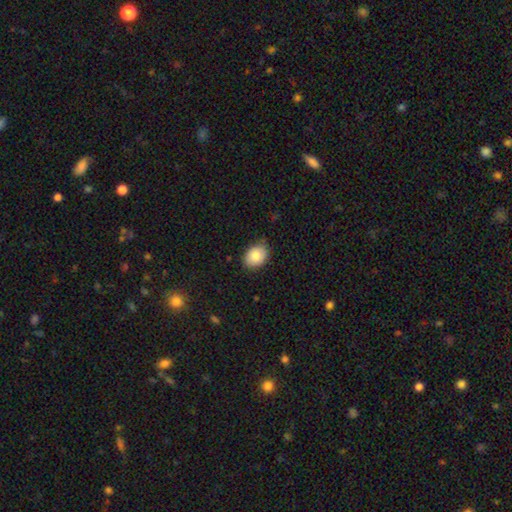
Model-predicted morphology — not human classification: Smooth or featured?
  - smooth: 84% *
  - featured or disk: 9%
  - star or artifact: 7%
How rounded?
  - in between: 67% *
  - round: 32%
  - cigar-shaped: 1%
Merging?
  - none: 77% *
  - minor disturbance: 19%
  - major disturbance: 3%
  - merger: 1%